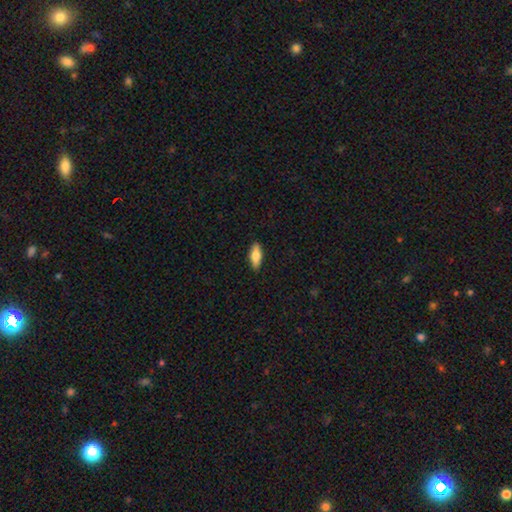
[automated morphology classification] Smooth or featured: smooth — 68% (featured or disk — 26%)
How rounded: in between — 63% (cigar-shaped — 34%)
Merging: none — 89% (minor disturbance — 8%)